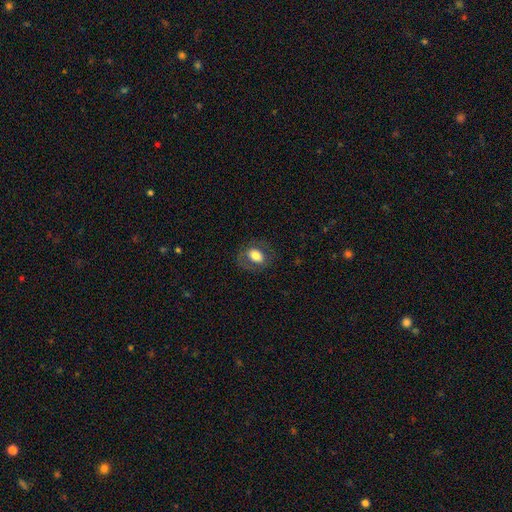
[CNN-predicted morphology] This is likely a smooth galaxy (67%). How rounded: likely in between (73%). Merging: likely none (75%).